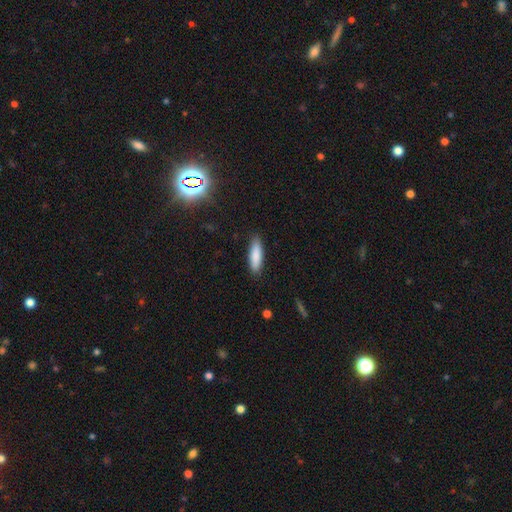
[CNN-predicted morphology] Smooth or featured? smooth (86%)
How rounded? cigar-shaped (58%)
Merging? none (88%)